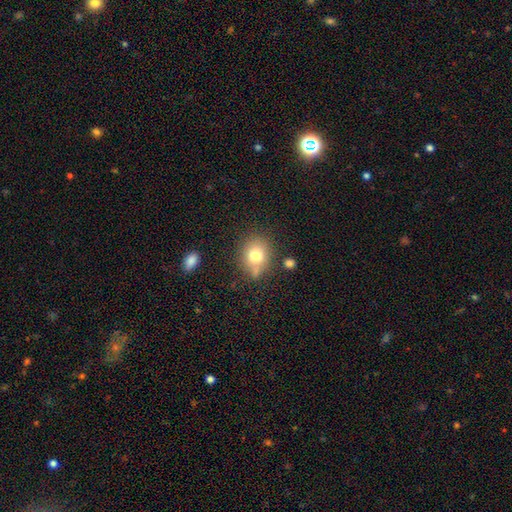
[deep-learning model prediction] This is likely a smooth galaxy (76%). How rounded: likely round (63%). Merging: likely none (66%).